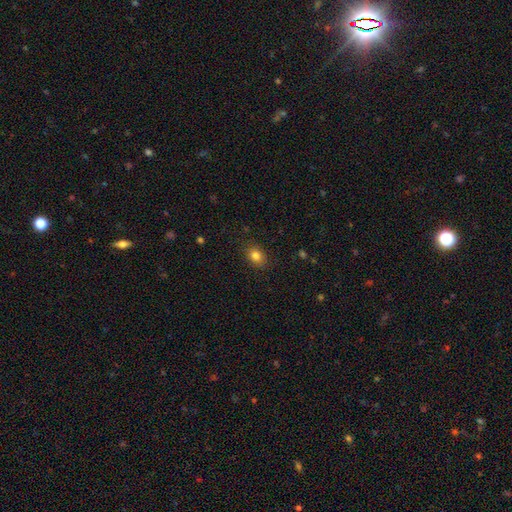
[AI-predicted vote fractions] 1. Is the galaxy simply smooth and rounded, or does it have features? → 82% smooth, 11% star or artifact, 7% featured or disk.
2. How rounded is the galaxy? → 63% in between, 36% round, 1% cigar-shaped.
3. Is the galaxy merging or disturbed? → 87% none, 9% minor disturbance, 3% major disturbance, 1% merger.